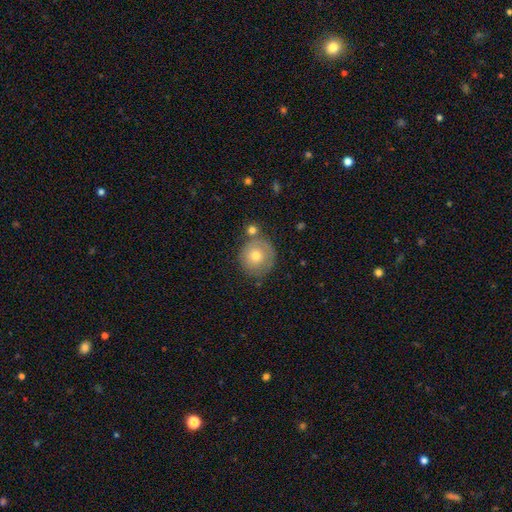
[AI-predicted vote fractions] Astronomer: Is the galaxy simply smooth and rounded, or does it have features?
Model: smooth — 68%.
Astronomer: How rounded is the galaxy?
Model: round — 93%.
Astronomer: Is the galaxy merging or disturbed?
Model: none — 71%.